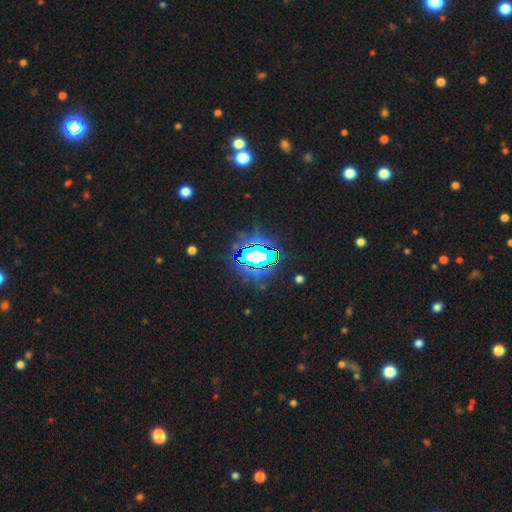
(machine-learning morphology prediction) Smooth or featured: star or artifact — 73% (featured or disk — 14%)